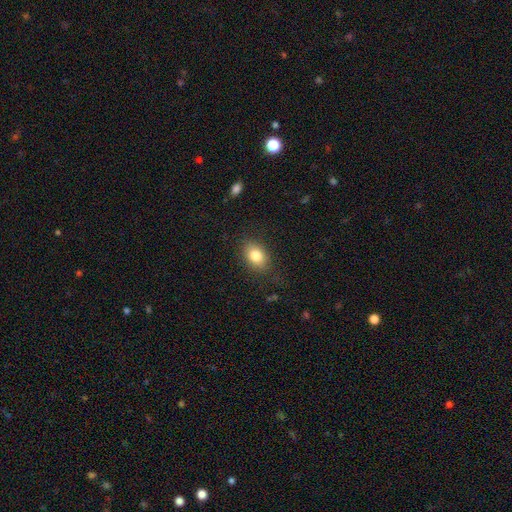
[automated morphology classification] Smooth or featured?
  - smooth: 82% *
  - featured or disk: 9%
  - star or artifact: 9%
How rounded?
  - in between: 75% *
  - round: 23%
  - cigar-shaped: 1%
Merging?
  - none: 81% *
  - minor disturbance: 13%
  - major disturbance: 4%
  - merger: 1%